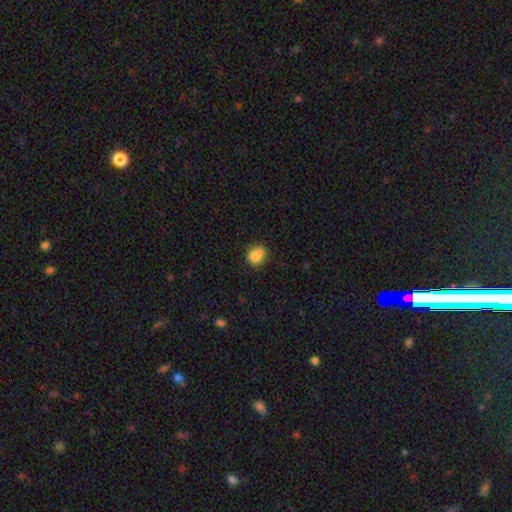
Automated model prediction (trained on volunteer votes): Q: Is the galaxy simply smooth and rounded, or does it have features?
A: smooth — 81%.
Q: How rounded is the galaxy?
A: round — 57%.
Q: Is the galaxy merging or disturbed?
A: none — 57%.